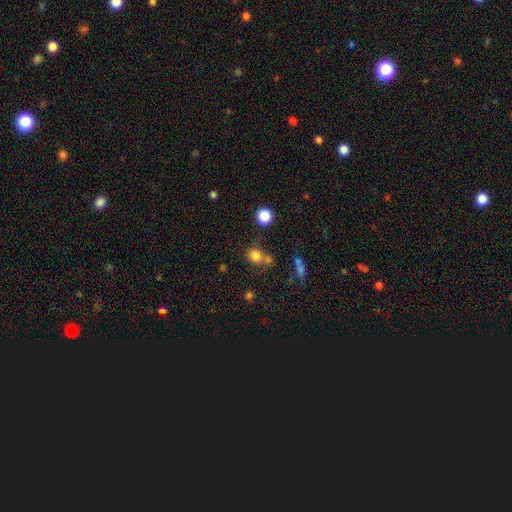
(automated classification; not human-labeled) smooth_or_featured: smooth (p=0.78) [alt: star or artifact p=0.15]
how_rounded: round (p=0.80) [alt: in between p=0.18]
merging: none (p=0.53) [alt: merger p=0.28]